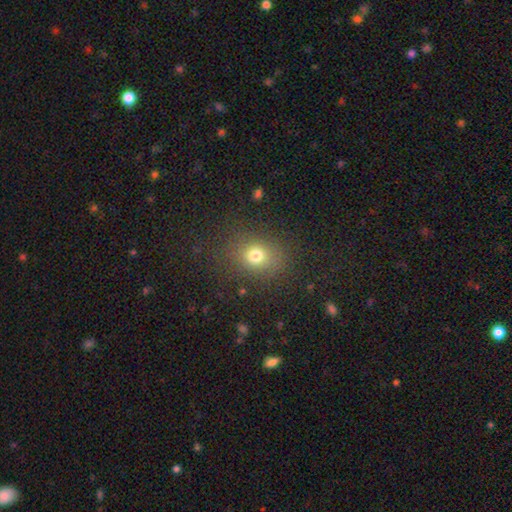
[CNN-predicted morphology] This is likely a smooth galaxy (74%). How rounded: likely round (62%). Merging: clearly none (83%).